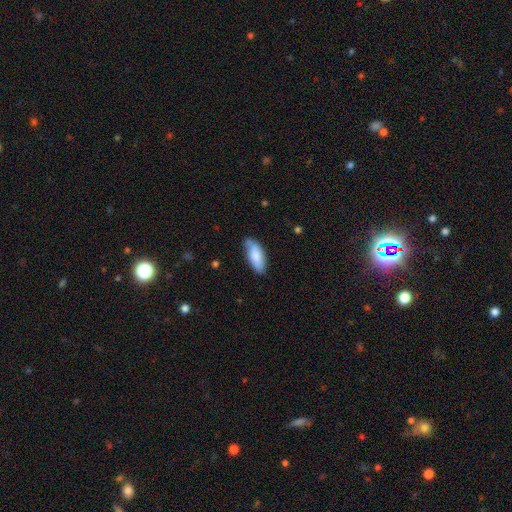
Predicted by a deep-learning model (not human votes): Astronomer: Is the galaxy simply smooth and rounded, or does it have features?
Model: smooth — 78%.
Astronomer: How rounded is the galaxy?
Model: in between — 83%.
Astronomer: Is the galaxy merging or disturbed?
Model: none — 71%.